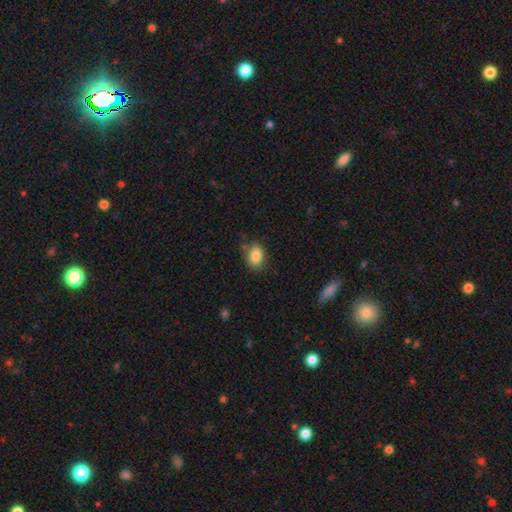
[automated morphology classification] Smooth or featured: smooth — 84% (star or artifact — 8%)
How rounded: in between — 79% (round — 20%)
Merging: none — 74% (minor disturbance — 17%)